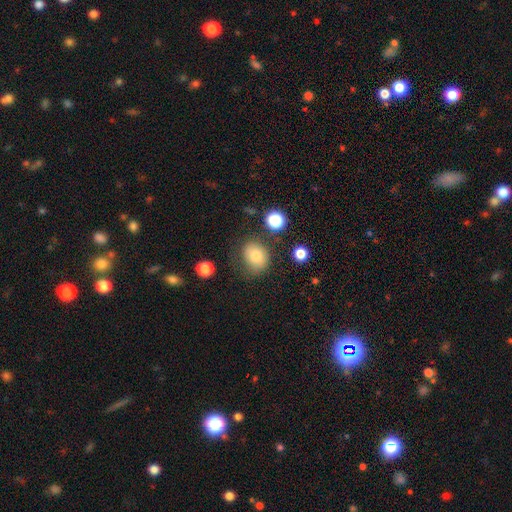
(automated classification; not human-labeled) Smooth or featured? Predicted: smooth (p=0.76). How rounded? Predicted: round (p=0.65). Merging? Predicted: none (p=0.72).